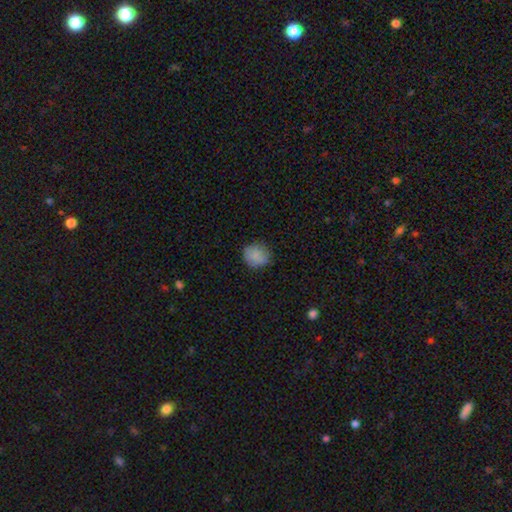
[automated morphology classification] smooth-or-featured: smooth: 83% | featured or disk: 8% | star or artifact: 8%
  how-rounded: round: 86% | in between: 13% | cigar-shaped: 1%
  merging: none: 80% | minor disturbance: 15% | major disturbance: 4% | merger: 1%